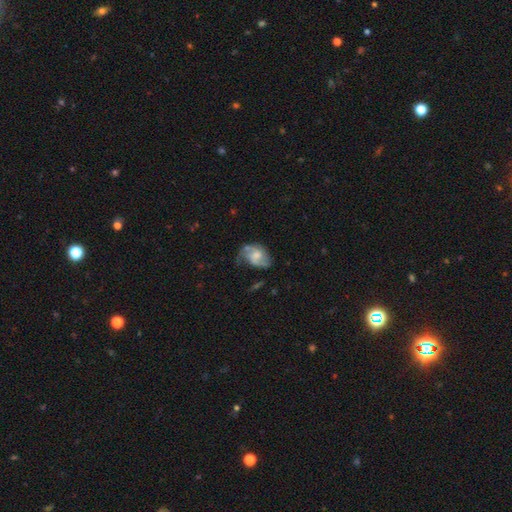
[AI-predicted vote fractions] A featured or disk galaxy (66%) with no bar (58%), 2 (70%) medium (46%) spiral arms (85%) and a moderate central bulge (44%).

Vote fractions:
- Smooth or featured? featured or disk: 66% / smooth: 27% / star or artifact: 7%
- Edge-on disk? no: 97% / yes: 3%
- Bar? no: 58% / weak: 35% / strong: 6%
- Spiral arms? yes: 85% / no: 15%
- Spiral winding? medium: 46% / loose: 33% / tight: 21%
- Spiral arm count? 2: 70% / can't tell: 14% / 1: 7% / 3: 6% / 4: 2% / more than 4: 2%
- Bulge size? moderate: 44% / small: 29% / none: 14% / large: 12% / dominant: 2%
- Merging? none: 46% / minor disturbance: 28% / major disturbance: 21% / merger: 4%